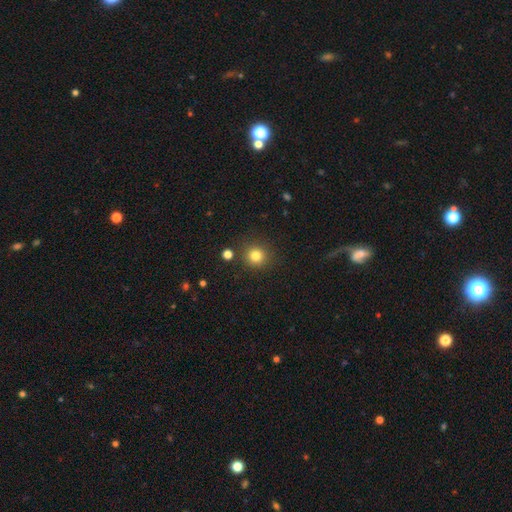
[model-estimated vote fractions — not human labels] smooth 82%, star or artifact 13%, featured or disk 5%. Down the decision tree: how rounded — round (92%); merging — none (87%).